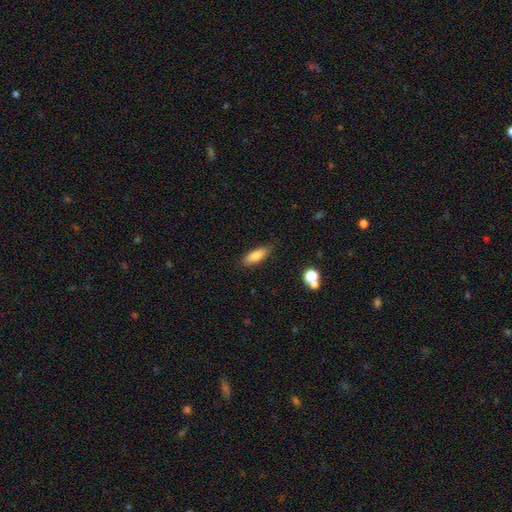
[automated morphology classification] Smooth or featured: smooth — 81% (featured or disk — 12%)
How rounded: in between — 63% (cigar-shaped — 35%)
Merging: none — 85% (minor disturbance — 11%)